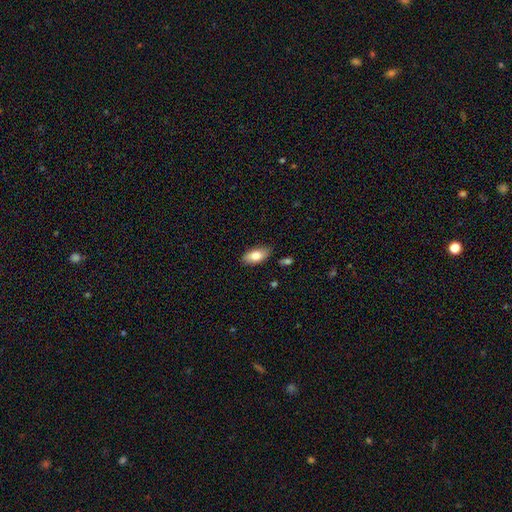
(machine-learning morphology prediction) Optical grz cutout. It shows a smooth galaxy with no disk features (80%) that is in between round and cigar-shaped (90%). Merging: none (85%).